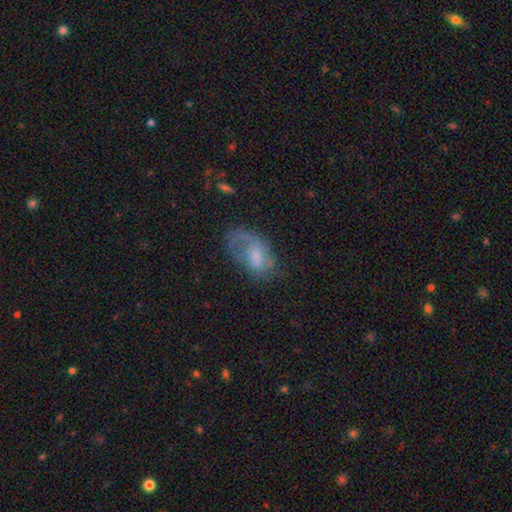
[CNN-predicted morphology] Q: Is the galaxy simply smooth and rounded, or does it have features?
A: featured or disk — 47%.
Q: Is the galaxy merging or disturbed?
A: none — 42%.